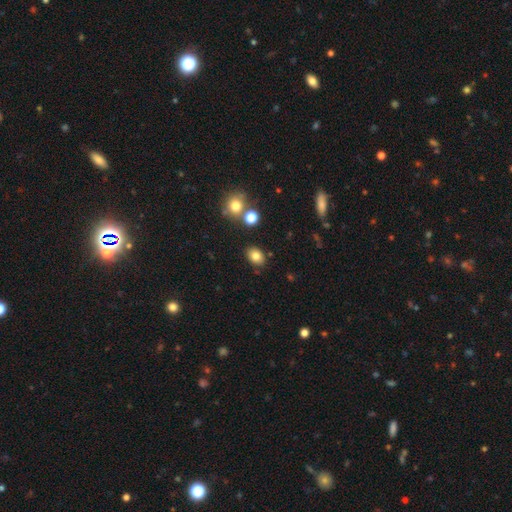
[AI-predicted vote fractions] Smooth or featured?
  - smooth: 81% *
  - star or artifact: 11%
  - featured or disk: 8%
How rounded?
  - in between: 68% *
  - round: 31%
  - cigar-shaped: 1%
Merging?
  - none: 83% *
  - minor disturbance: 9%
  - merger: 5%
  - major disturbance: 3%